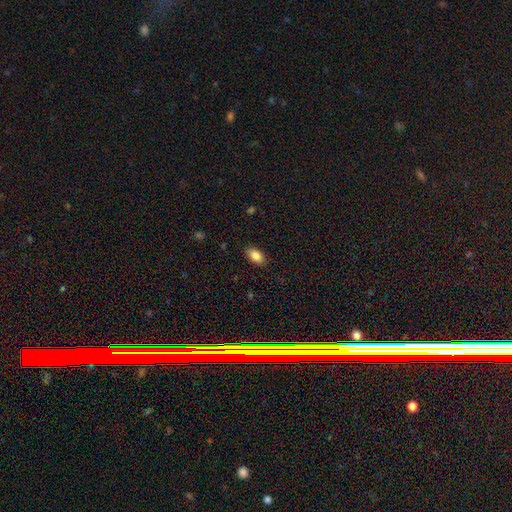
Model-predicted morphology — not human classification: A smooth galaxy with no disk features (86%) that is in between round and cigar-shaped (92%). Merging: none (88%).